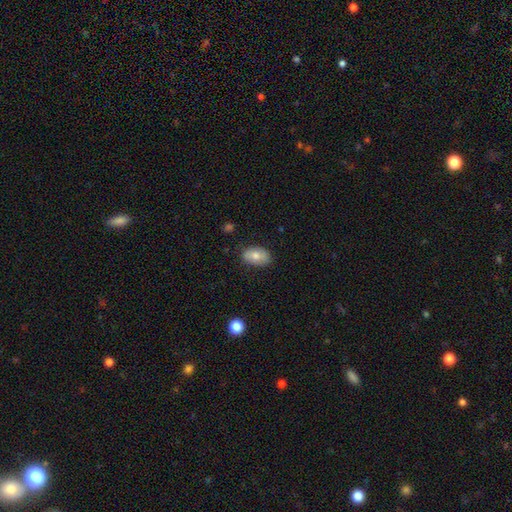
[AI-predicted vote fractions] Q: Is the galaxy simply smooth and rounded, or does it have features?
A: smooth — 76%.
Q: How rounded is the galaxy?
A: in between — 89%.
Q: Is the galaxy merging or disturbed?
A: none — 80%.